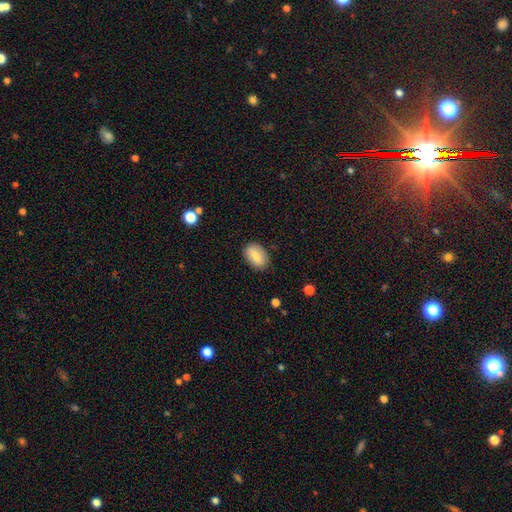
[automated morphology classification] Overall: smooth (79%). How rounded: in between (87%). Merging: none (85%).